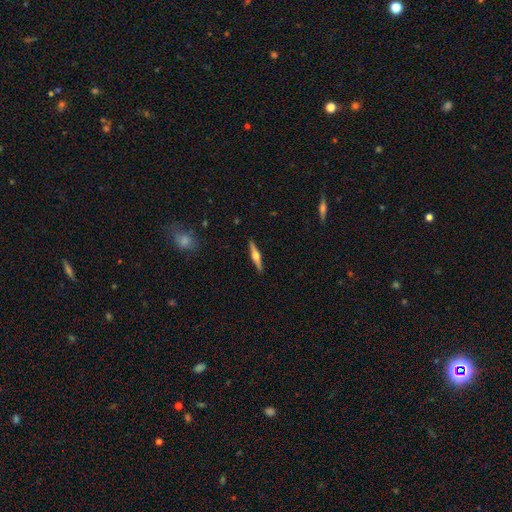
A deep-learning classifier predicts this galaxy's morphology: featured or disk 69%, smooth 25%, star or artifact 5%. Down the decision tree: edge-on disk — yes (97%); edge-on bulge — rounded (94%); merging — none (91%).